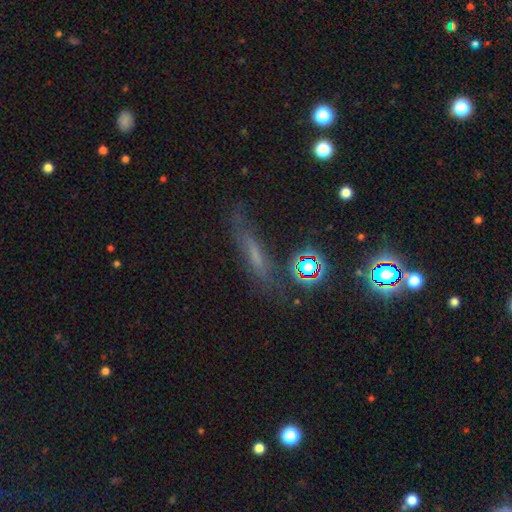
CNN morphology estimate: This is marginally a smooth galaxy (40%). Merging: likely none (65%).